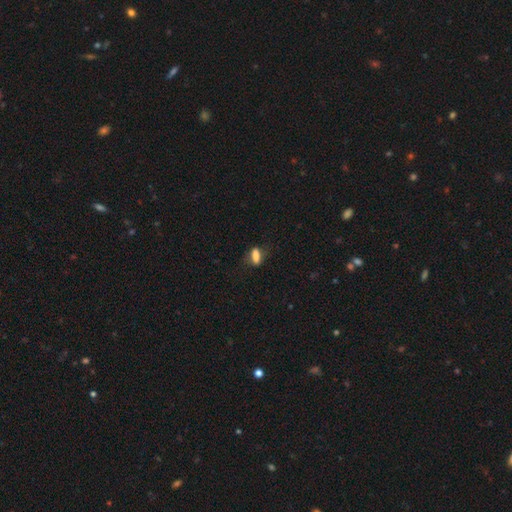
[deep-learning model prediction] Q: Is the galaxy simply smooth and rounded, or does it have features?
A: smooth — 74%.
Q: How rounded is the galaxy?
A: in between — 63%.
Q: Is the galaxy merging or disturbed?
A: none — 73%.